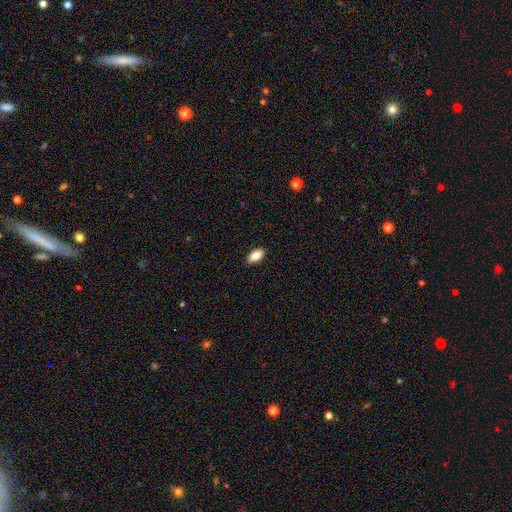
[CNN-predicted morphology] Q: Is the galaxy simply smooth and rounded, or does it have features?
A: smooth — 84%.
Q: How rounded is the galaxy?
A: in between — 91%.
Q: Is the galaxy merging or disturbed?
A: none — 89%.